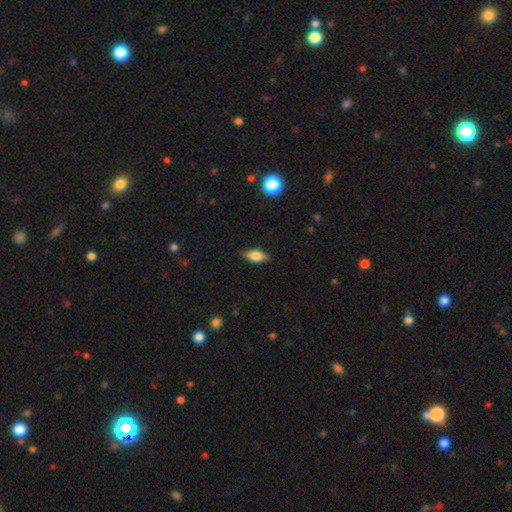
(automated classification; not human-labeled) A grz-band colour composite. It shows a smooth galaxy with no disk features (73%) that is in between round and cigar-shaped (82%). Merging: none (82%).